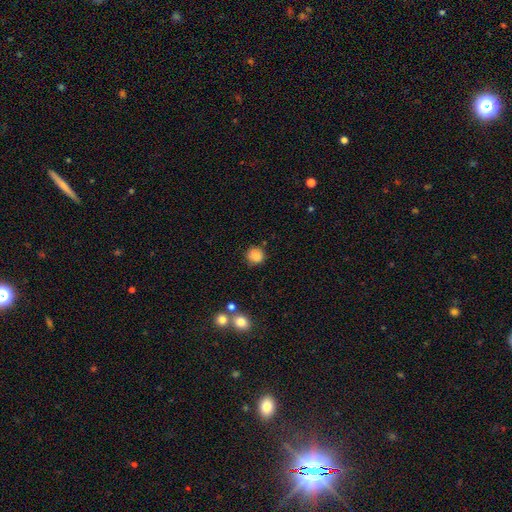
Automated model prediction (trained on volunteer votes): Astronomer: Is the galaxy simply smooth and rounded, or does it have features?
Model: smooth — 85%.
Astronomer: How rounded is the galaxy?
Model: round — 89%.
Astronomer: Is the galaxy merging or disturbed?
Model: none — 79%.